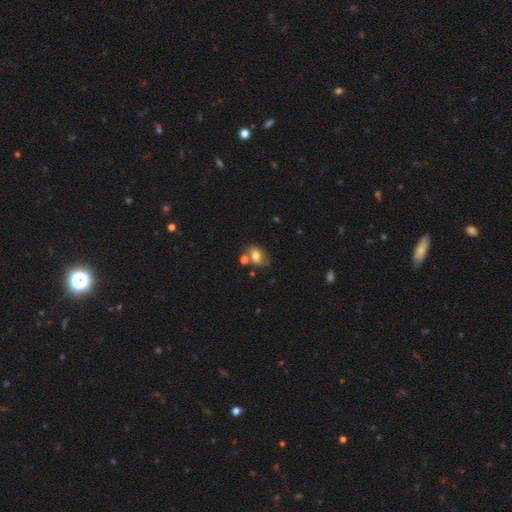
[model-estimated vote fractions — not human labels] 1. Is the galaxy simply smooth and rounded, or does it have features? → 65% smooth, 25% featured or disk, 10% star or artifact.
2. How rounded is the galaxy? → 77% in between, 21% round, 2% cigar-shaped.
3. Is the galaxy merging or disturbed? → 51% none, 21% merger, 20% minor disturbance, 7% major disturbance.